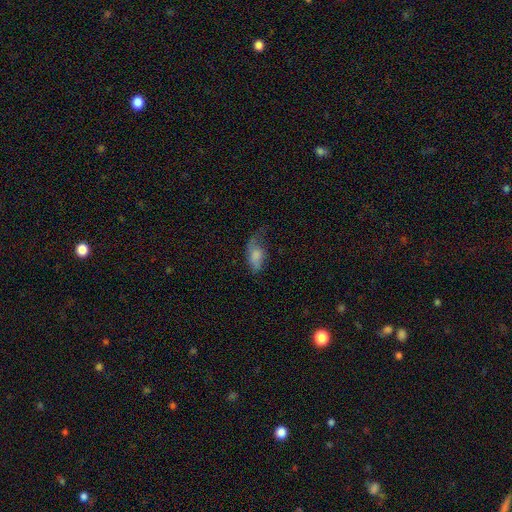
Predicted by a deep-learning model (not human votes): Q: Smooth or featured?
A: smooth (66%); runner-up: featured or disk (24%)
Q: How rounded?
A: in between (88%); runner-up: cigar-shaped (7%)
Q: Merging?
A: major disturbance (40%); runner-up: minor disturbance (30%)